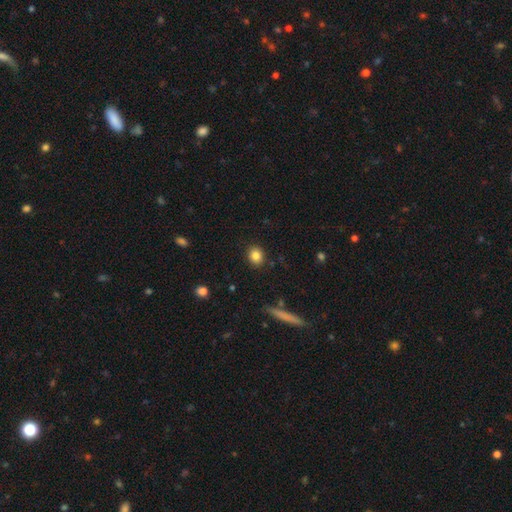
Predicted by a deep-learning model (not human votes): Q: Smooth or featured?
A: smooth (84%); runner-up: star or artifact (10%)
Q: How rounded?
A: round (74%); runner-up: in between (25%)
Q: Merging?
A: none (90%); runner-up: minor disturbance (7%)